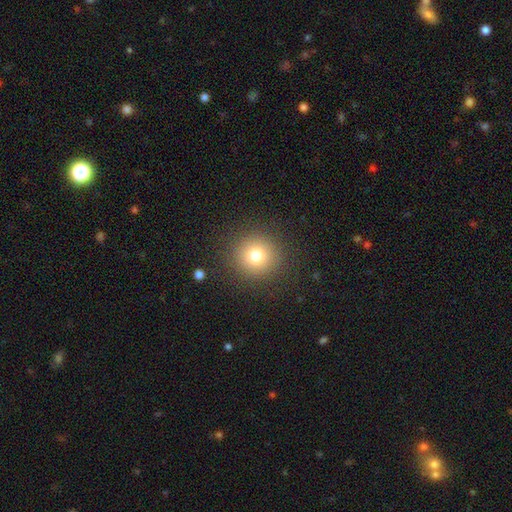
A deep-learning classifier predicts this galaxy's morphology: The model was most divided on "smooth or featured": smooth: 77%, star or artifact: 14%, featured or disk: 9%. More confident: how rounded — round (94%); merging — none (89%).